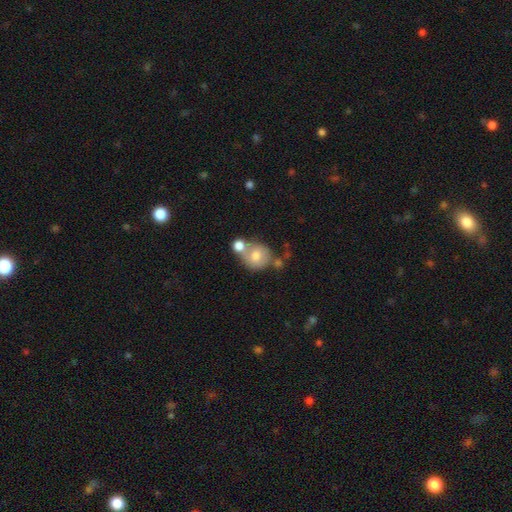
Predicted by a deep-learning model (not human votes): A smooth galaxy with no disk features (68%) that is round (79%).

Vote fractions:
- Smooth or featured? smooth: 68% / featured or disk: 23% / star or artifact: 9%
- How rounded? round: 79% / in between: 20% / cigar-shaped: 1%
- Merging? merger: 42% / none: 40% / minor disturbance: 12% / major disturbance: 6%